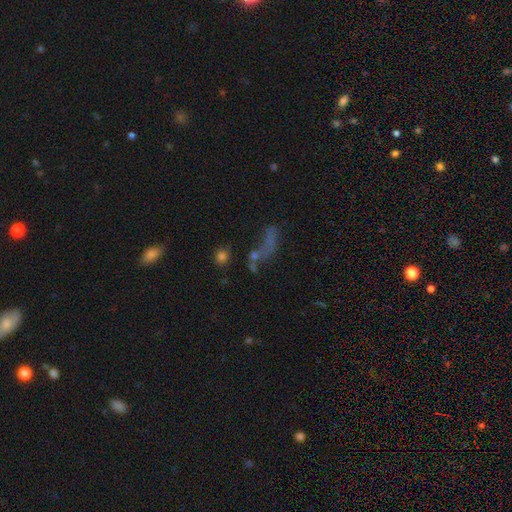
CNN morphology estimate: The model was most divided on "merging": none: 35%, major disturbance: 26%, merger: 25%, minor disturbance: 14%. Remaining: smooth or featured — smooth (45%).